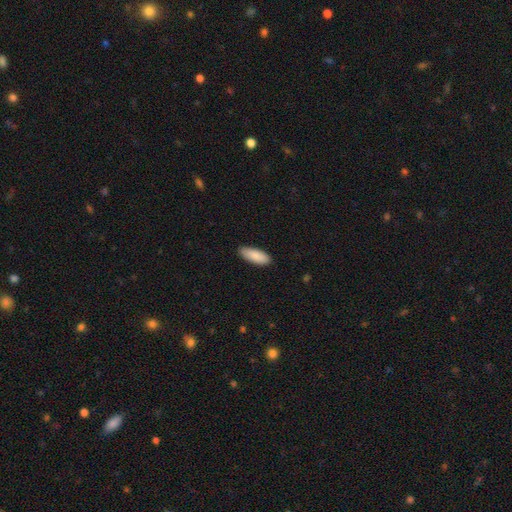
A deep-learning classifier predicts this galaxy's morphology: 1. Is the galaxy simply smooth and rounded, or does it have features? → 90% smooth, 6% star or artifact, 5% featured or disk.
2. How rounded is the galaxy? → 74% in between, 24% cigar-shaped, 2% round.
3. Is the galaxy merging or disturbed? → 88% none, 10% minor disturbance, 2% major disturbance, 1% merger.